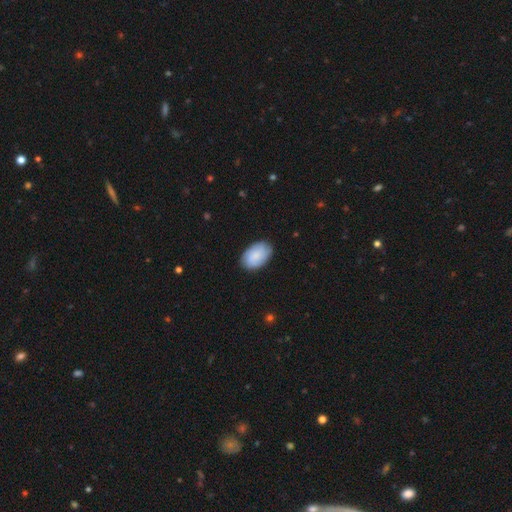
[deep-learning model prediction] The model was most divided on "smooth or featured": smooth: 75%, featured or disk: 19%, star or artifact: 6%. More confident: how rounded — in between (91%); merging — none (84%).